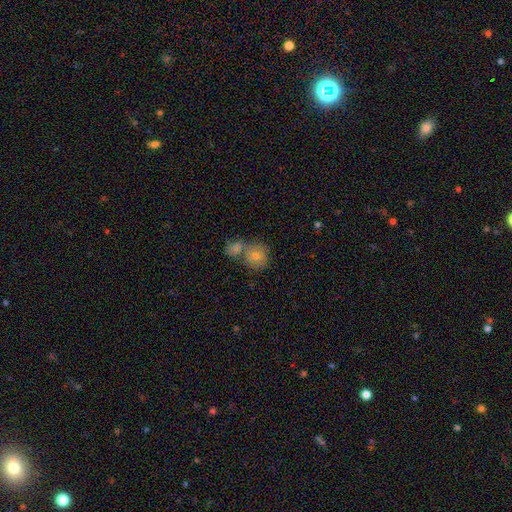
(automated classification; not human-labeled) The model was most divided on "merging": merger: 45%, none: 43%, minor disturbance: 9%, major disturbance: 4%. More confident: how rounded — round (84%); smooth or featured — smooth (67%).